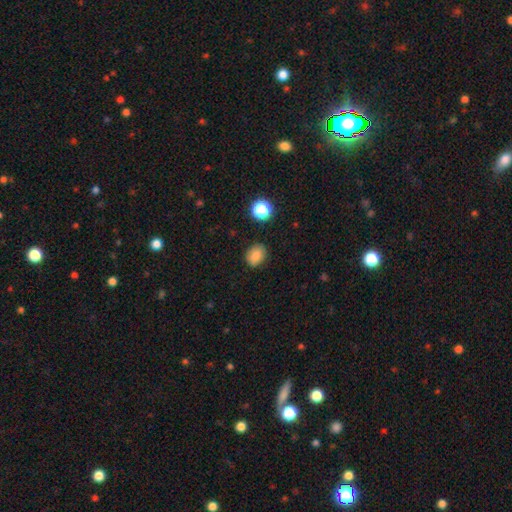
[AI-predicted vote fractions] A smooth galaxy with no disk features (83%) that is in between round and cigar-shaped (53%).

Vote fractions:
- Smooth or featured? smooth: 83% / star or artifact: 11% / featured or disk: 6%
- How rounded? in between: 53% / round: 46% / cigar-shaped: 1%
- Merging? none: 83% / minor disturbance: 12% / major disturbance: 3% / merger: 2%